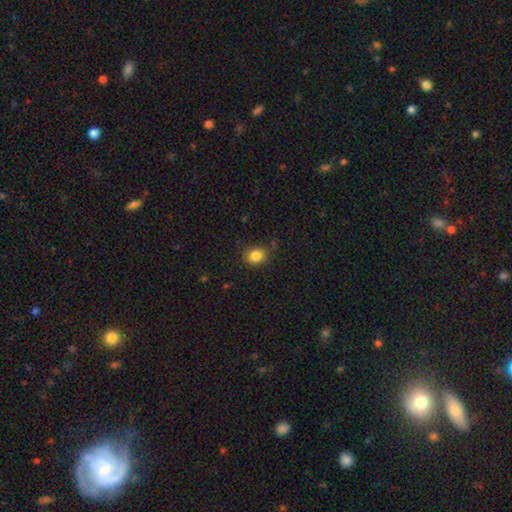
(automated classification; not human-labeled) smooth 85%, star or artifact 10%, featured or disk 5%. Down the decision tree: how rounded — round (68%); merging — none (80%).